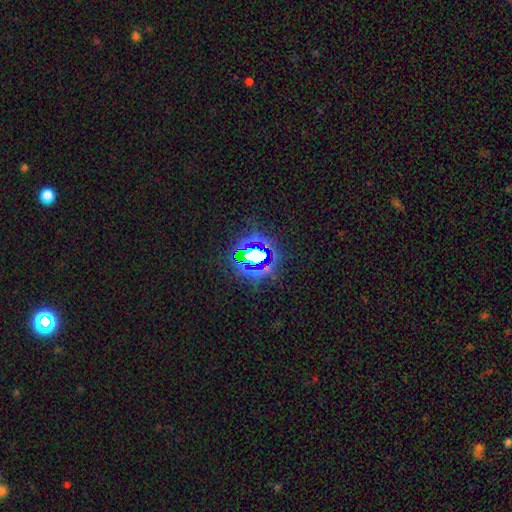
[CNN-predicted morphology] smooth_or_featured: star or artifact (p=0.69) [alt: smooth p=0.18]